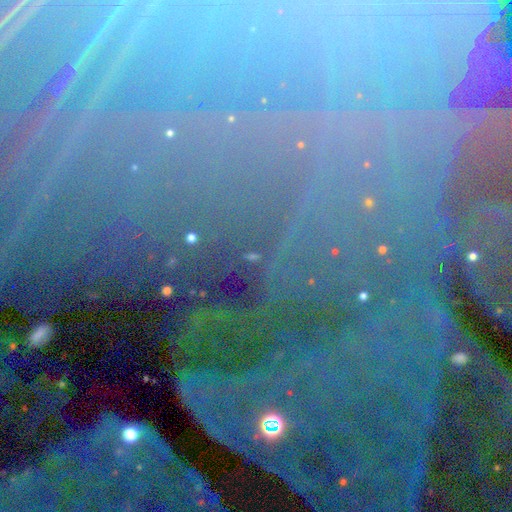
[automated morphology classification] A star or artifact, not a galaxy (83%).

Vote fractions:
- Smooth or featured? star or artifact: 83% / featured or disk: 9% / smooth: 7%